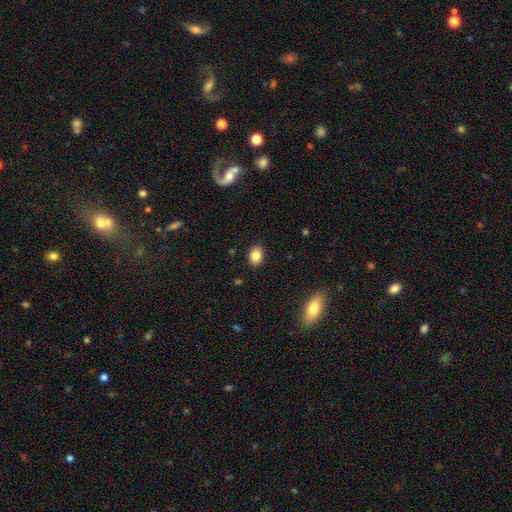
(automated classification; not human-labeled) smooth_or_featured: smooth (p=0.83) [alt: star or artifact p=0.09]
how_rounded: in between (p=0.73) [alt: round p=0.25]
merging: none (p=0.88) [alt: minor disturbance p=0.08]